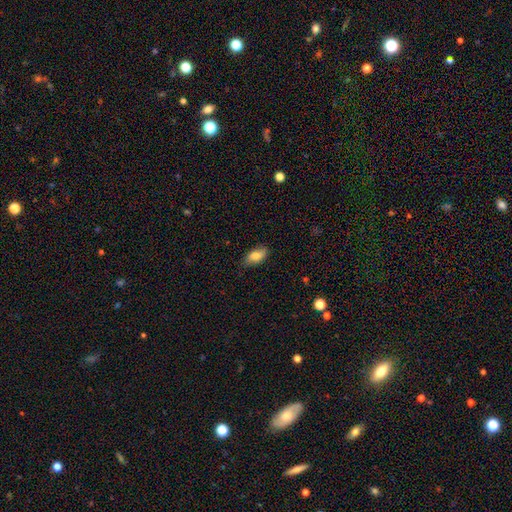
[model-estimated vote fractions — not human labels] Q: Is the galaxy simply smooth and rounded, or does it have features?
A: smooth — 76%.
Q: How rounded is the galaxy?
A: in between — 90%.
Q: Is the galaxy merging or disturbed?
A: none — 78%.